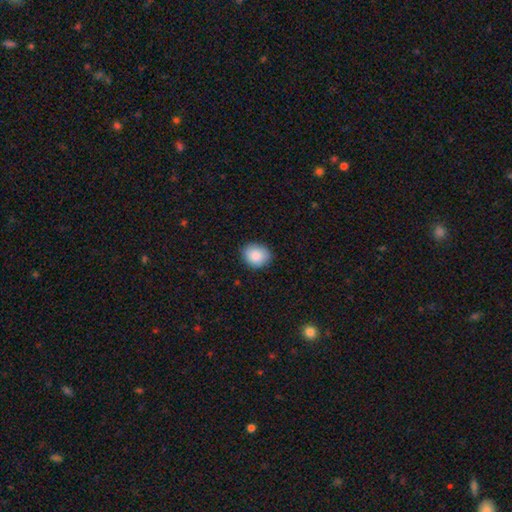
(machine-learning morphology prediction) Smooth or featured? smooth (88%)
How rounded? round (68%)
Merging? none (87%)